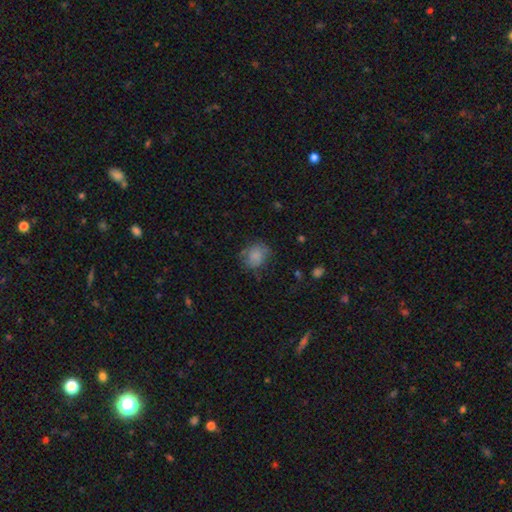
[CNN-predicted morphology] Smooth or featured?
  - smooth: 77% *
  - featured or disk: 13%
  - star or artifact: 9%
How rounded?
  - round: 64% *
  - in between: 35%
  - cigar-shaped: 1%
Merging?
  - none: 63% *
  - minor disturbance: 25%
  - major disturbance: 11%
  - merger: 2%